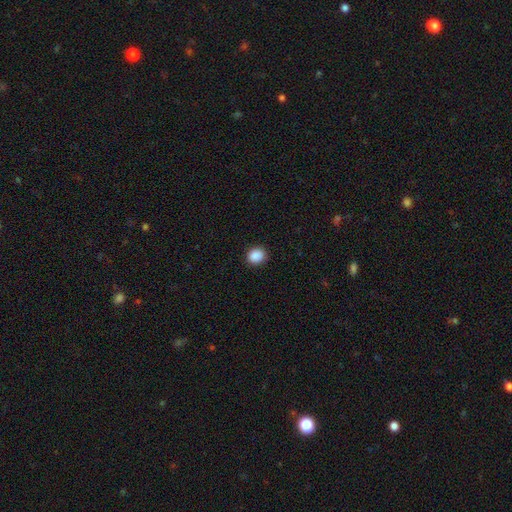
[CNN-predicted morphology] A smooth galaxy with no disk features (89%) that is round (71%). Merging: none (90%).